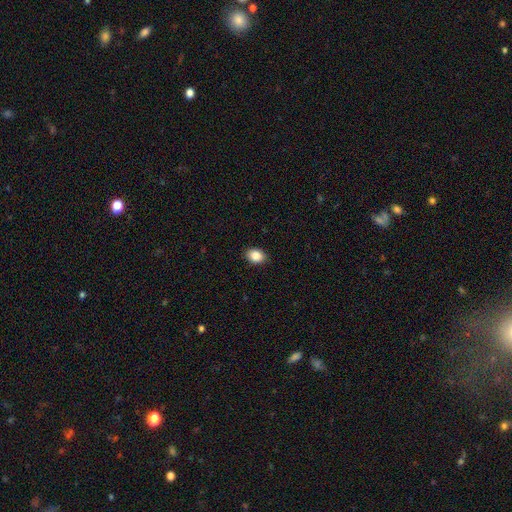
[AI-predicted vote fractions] A smooth galaxy with no disk features (86%) that is in between round and cigar-shaped (69%). Merging: none (90%).